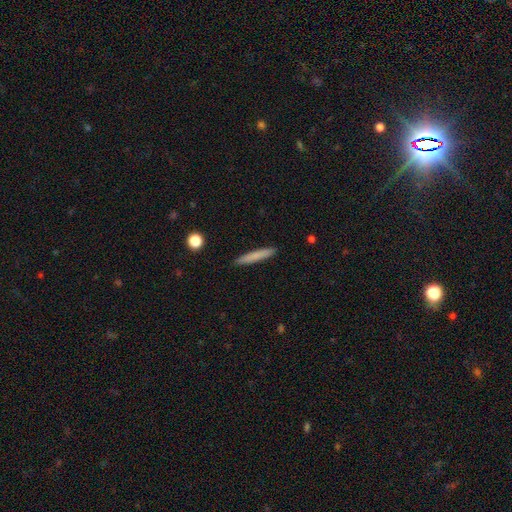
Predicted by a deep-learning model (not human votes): Q: Smooth or featured?
A: smooth (77%); runner-up: featured or disk (17%)
Q: How rounded?
A: cigar-shaped (95%); runner-up: in between (4%)
Q: Merging?
A: none (91%); runner-up: minor disturbance (6%)